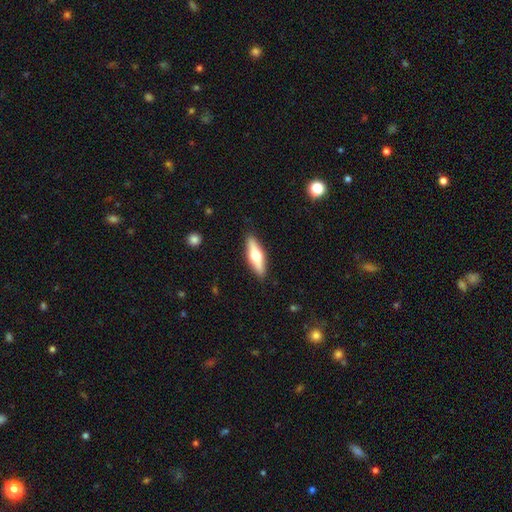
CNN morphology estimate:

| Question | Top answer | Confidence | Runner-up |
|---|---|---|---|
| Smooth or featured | featured or disk | 49% | smooth (45%) |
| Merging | none | 89% | minor disturbance (8%) |